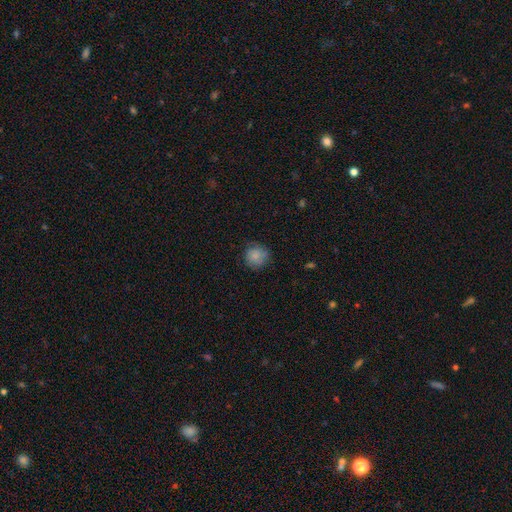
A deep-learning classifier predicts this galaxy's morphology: Overall: smooth (80%). How rounded: round (91%). Merging: none (76%).